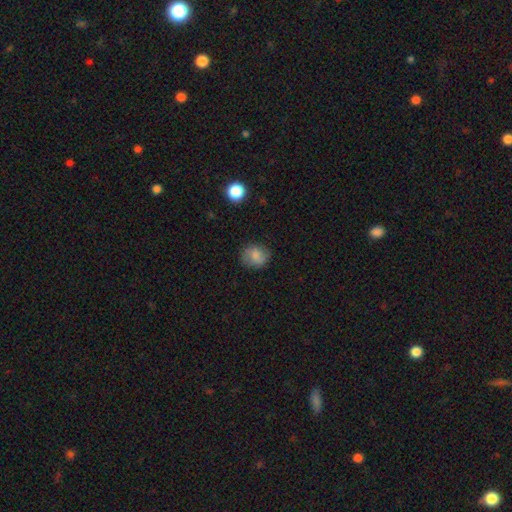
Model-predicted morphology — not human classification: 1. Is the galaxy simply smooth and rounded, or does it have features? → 79% smooth, 12% featured or disk, 9% star or artifact.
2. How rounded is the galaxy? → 70% round, 29% in between, 1% cigar-shaped.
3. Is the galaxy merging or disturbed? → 79% none, 16% minor disturbance, 4% major disturbance, 1% merger.